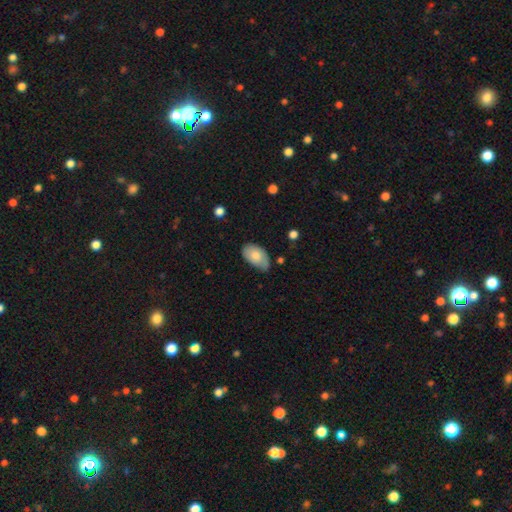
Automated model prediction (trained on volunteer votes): smooth-or-featured: smooth: 77% | featured or disk: 17% | star or artifact: 6%
  how-rounded: in between: 93% | round: 6% | cigar-shaped: 1%
  merging: none: 57% | minor disturbance: 35% | major disturbance: 6% | merger: 2%